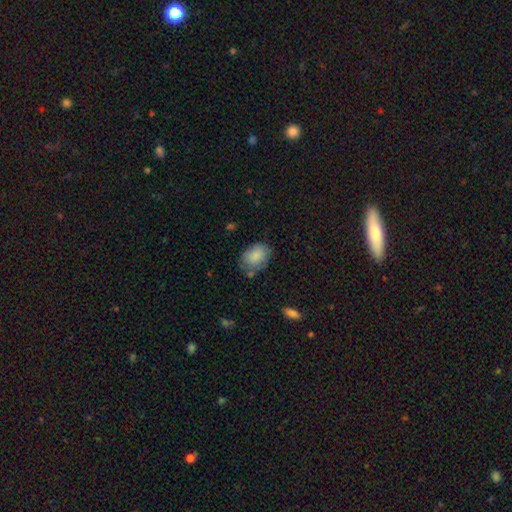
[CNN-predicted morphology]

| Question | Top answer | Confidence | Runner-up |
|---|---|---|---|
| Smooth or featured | smooth | 85% | featured or disk (8%) |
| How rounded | in between | 77% | round (22%) |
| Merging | none | 65% | minor disturbance (23%) |